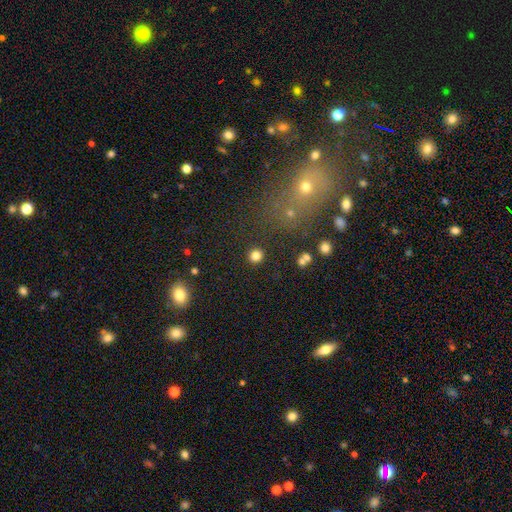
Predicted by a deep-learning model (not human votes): Smooth or featured? Predicted: smooth (p=0.82). How rounded? Predicted: round (p=0.94). Merging? Predicted: none (p=0.91).